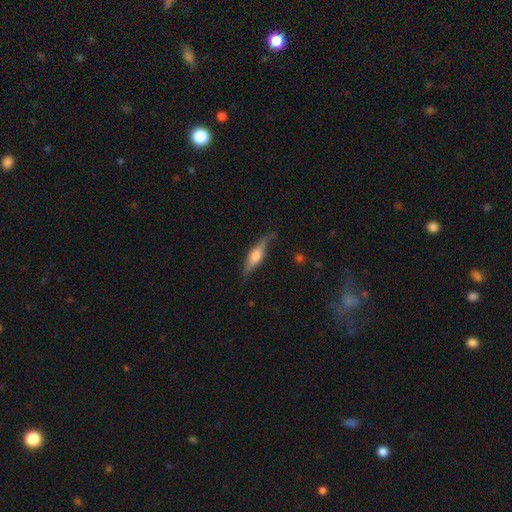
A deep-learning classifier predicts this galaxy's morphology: This is possibly a featured or disk galaxy (58%). It is clearly viewed edge-on (93%). Edge-on bulge: clearly rounded (83%). Merging: likely none (76%).